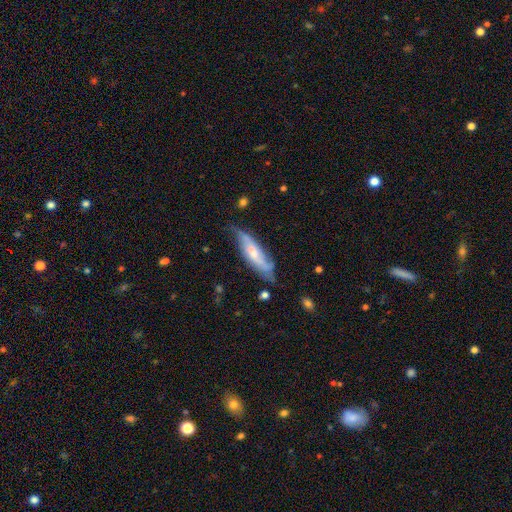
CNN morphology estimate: Q: Smooth or featured?
A: featured or disk (58%); runner-up: smooth (36%)
Q: Edge-on disk?
A: no (63%); runner-up: yes (37%)
Q: Merging?
A: none (58%); runner-up: minor disturbance (29%)